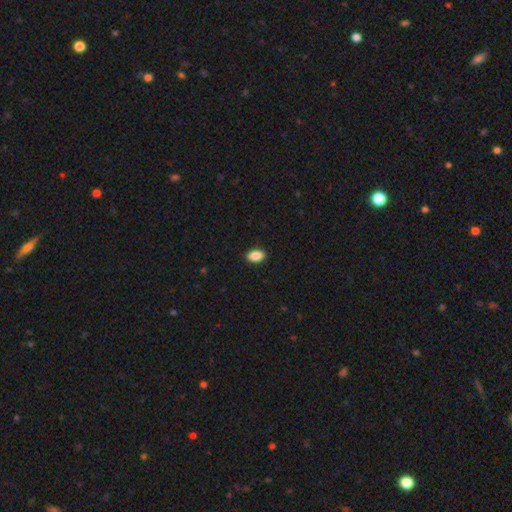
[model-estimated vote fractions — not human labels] This appears to be a smooth galaxy with no disk features (89%) that is in between round and cigar-shaped (91%). Merging: none (90%).